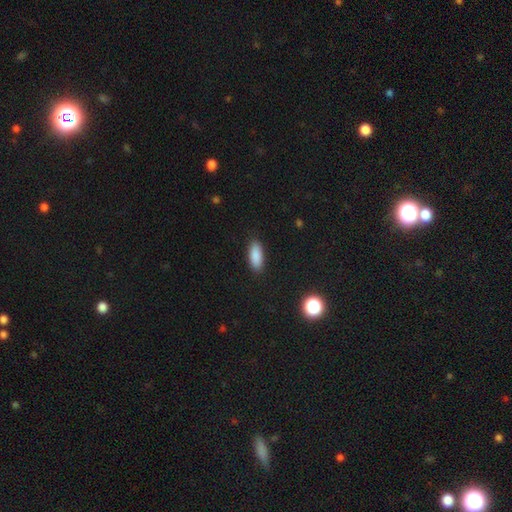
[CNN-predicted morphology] This is clearly a smooth galaxy (88%). How rounded: likely in between (79%). Merging: clearly none (89%).